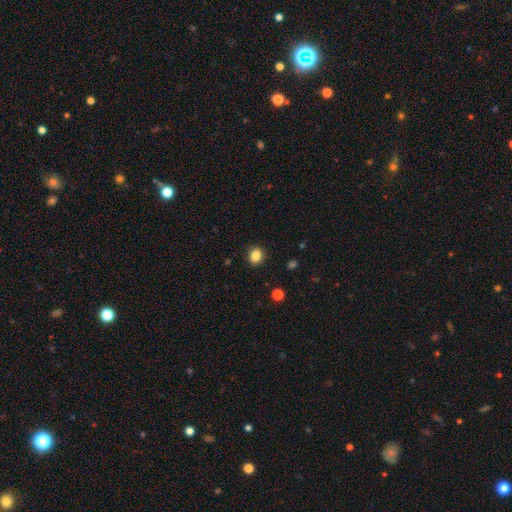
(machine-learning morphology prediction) smooth_or_featured: smooth (p=0.85) [alt: star or artifact p=0.10]
how_rounded: round (p=0.52) [alt: in between p=0.47]
merging: none (p=0.88) [alt: minor disturbance p=0.09]